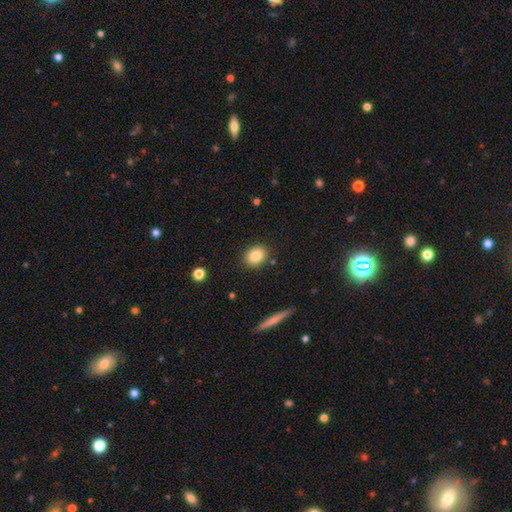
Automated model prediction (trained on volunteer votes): A smooth galaxy with no disk features (84%) that is in between round and cigar-shaped (51%).

Vote fractions:
- Smooth or featured? smooth: 84% / star or artifact: 9% / featured or disk: 7%
- How rounded? in between: 51% / round: 47% / cigar-shaped: 2%
- Merging? none: 86% / minor disturbance: 9% / major disturbance: 2% / merger: 2%